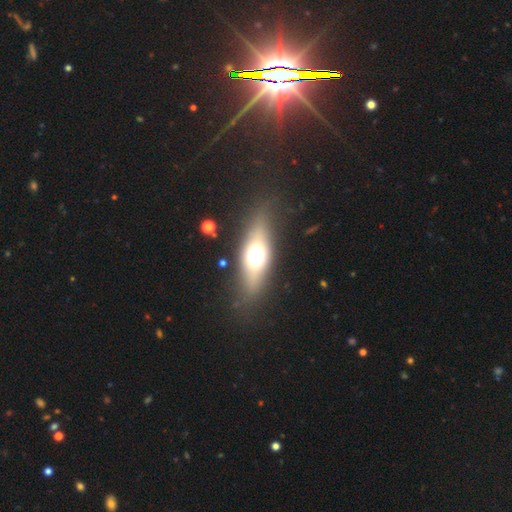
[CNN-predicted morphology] Smooth or featured?
  - smooth: 48% *
  - featured or disk: 40%
  - star or artifact: 13%
Merging?
  - none: 80% *
  - minor disturbance: 12%
  - major disturbance: 6%
  - merger: 2%